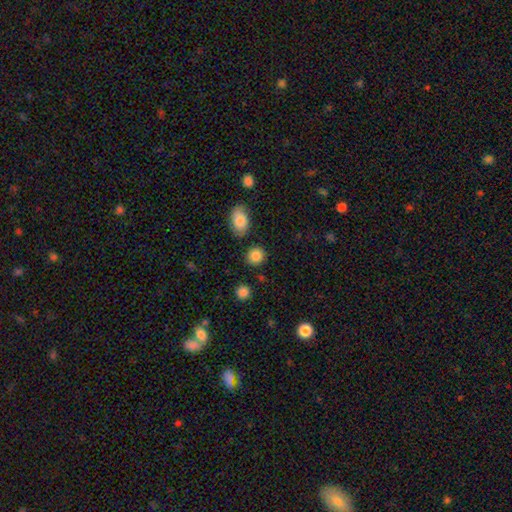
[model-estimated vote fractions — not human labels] smooth_or_featured: smooth (p=0.87) [alt: star or artifact p=0.09]
how_rounded: round (p=0.85) [alt: in between p=0.14]
merging: none (p=0.87) [alt: minor disturbance p=0.07]